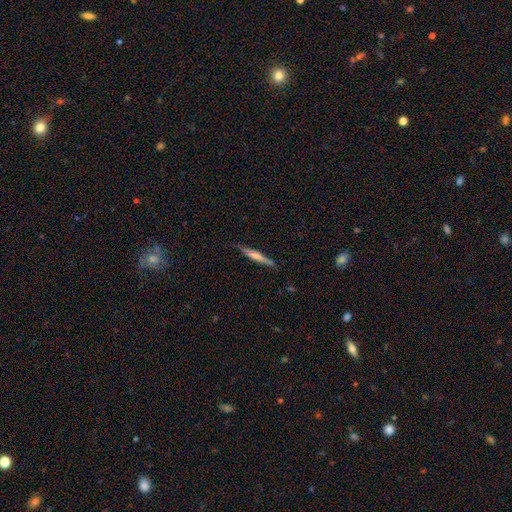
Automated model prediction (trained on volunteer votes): A featured or disk galaxy (50%) viewed edge-on (96%).

Vote fractions:
- Smooth or featured? featured or disk: 50% / smooth: 44% / star or artifact: 6%
- Edge-on disk? yes: 96% / no: 4%
- Merging? none: 82% / minor disturbance: 14% / major disturbance: 2% / merger: 1%